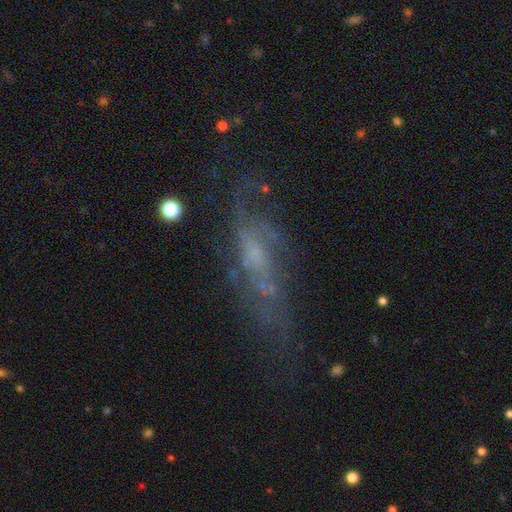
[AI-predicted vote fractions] smooth-or-featured: featured or disk: 66% | smooth: 20% | star or artifact: 13%
  disk-edge-on: no: 73% | yes: 27%
  merging: none: 58% | minor disturbance: 21% | major disturbance: 17% | merger: 4%